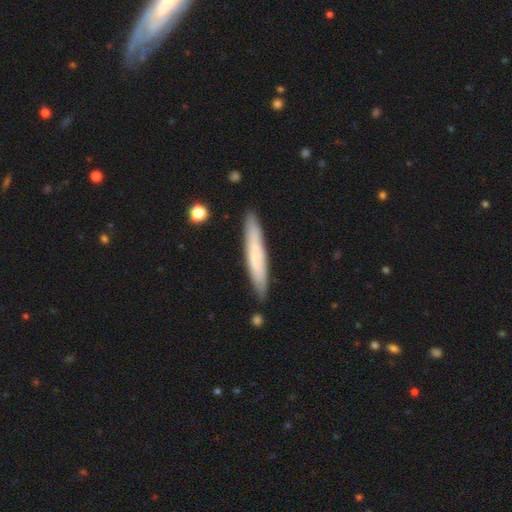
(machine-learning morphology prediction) This is likely a smooth galaxy (65%). How rounded: clearly cigar-shaped (93%). Merging: clearly none (86%).